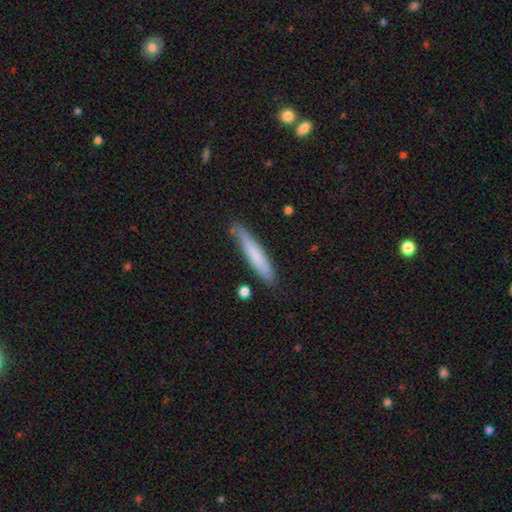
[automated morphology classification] smooth_or_featured: smooth (p=0.73) [alt: featured or disk p=0.21]
how_rounded: cigar-shaped (p=0.92) [alt: in between p=0.06]
merging: none (p=0.77) [alt: minor disturbance p=0.17]